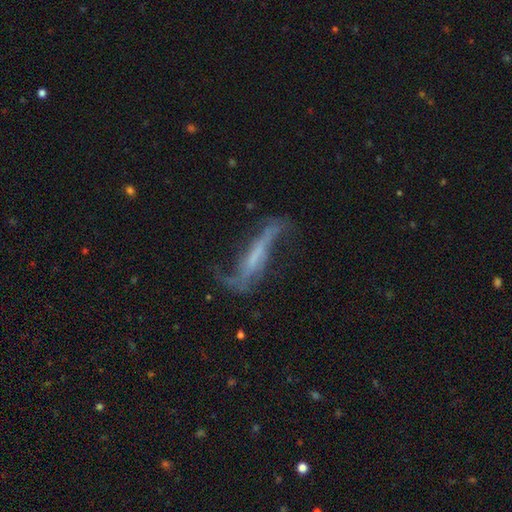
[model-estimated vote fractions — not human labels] Smooth or featured? featured or disk (74%)
Edge-on disk? no (62%)
Merging? none (47%)